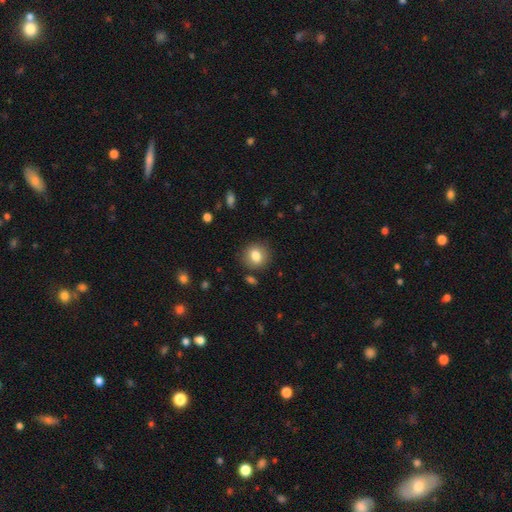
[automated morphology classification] Smooth or featured? smooth (80%)
How rounded? round (73%)
Merging? none (86%)